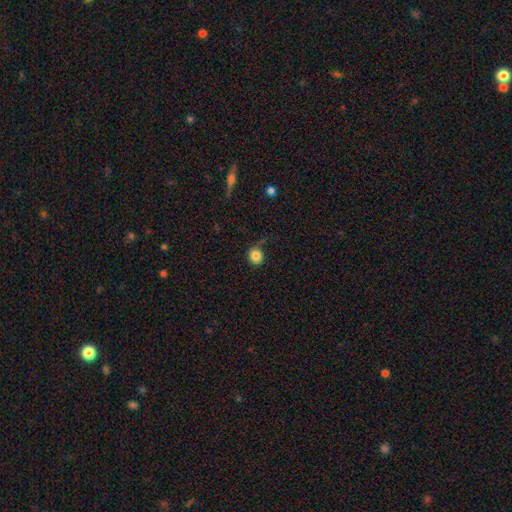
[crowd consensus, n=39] Volunteers were most divided on "merging": none: 60%, minor disturbance: 31%, major disturbance: 6%, merger: 3%. More confident: smooth or featured — smooth (87%); how rounded — round (79%).